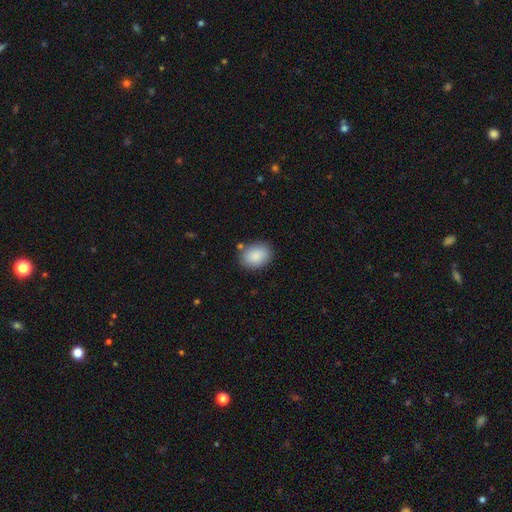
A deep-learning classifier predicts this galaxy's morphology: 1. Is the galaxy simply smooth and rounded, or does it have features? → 87% smooth, 7% star or artifact, 6% featured or disk.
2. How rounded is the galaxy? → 73% in between, 26% round, 1% cigar-shaped.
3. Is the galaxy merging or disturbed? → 82% none, 12% minor disturbance, 3% merger, 3% major disturbance.